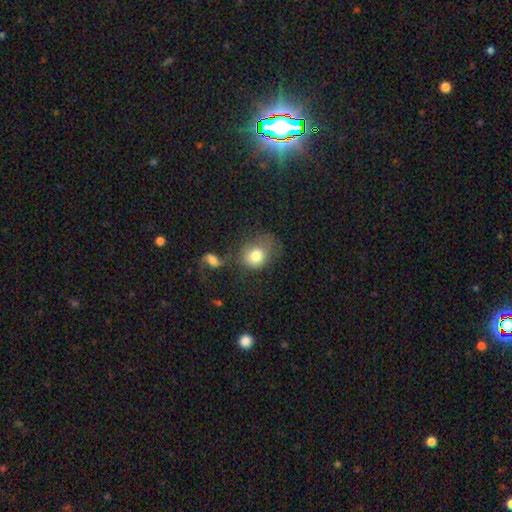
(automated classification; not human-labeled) Smooth or featured? Predicted: smooth (p=0.78). How rounded? Predicted: round (p=0.55). Merging? Predicted: none (p=0.40).